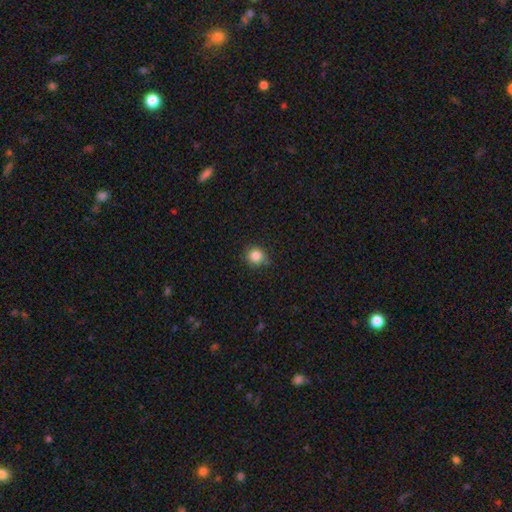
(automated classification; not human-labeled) smooth 84%, star or artifact 11%, featured or disk 5%. Down the decision tree: how rounded — round (85%); merging — none (80%).